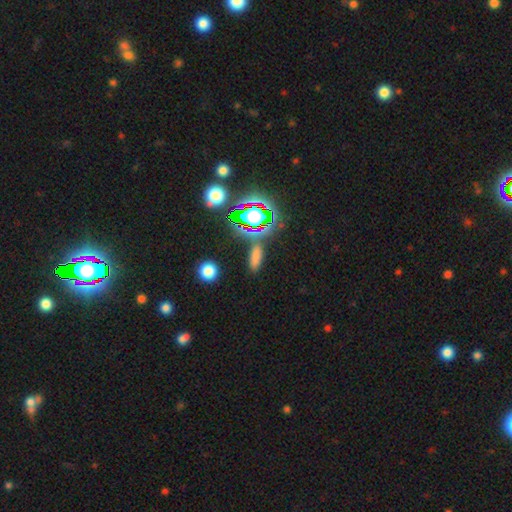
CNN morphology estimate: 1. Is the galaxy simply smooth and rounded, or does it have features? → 64% smooth, 26% star or artifact, 10% featured or disk.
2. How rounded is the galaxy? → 51% in between, 41% cigar-shaped, 9% round.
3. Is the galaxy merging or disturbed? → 79% none, 12% minor disturbance, 5% merger, 5% major disturbance.